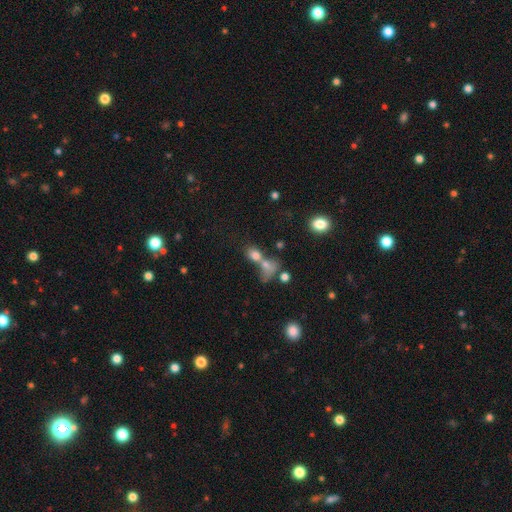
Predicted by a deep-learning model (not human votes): Morphology: type=smooth (72%); roundness=in between (59%); merging=merger (57%).